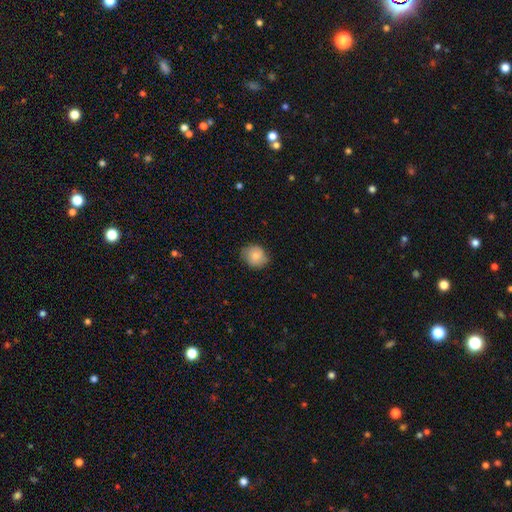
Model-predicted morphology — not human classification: smooth 82%, featured or disk 10%, star or artifact 8%. Down the decision tree: how rounded — round (70%); merging — none (79%).